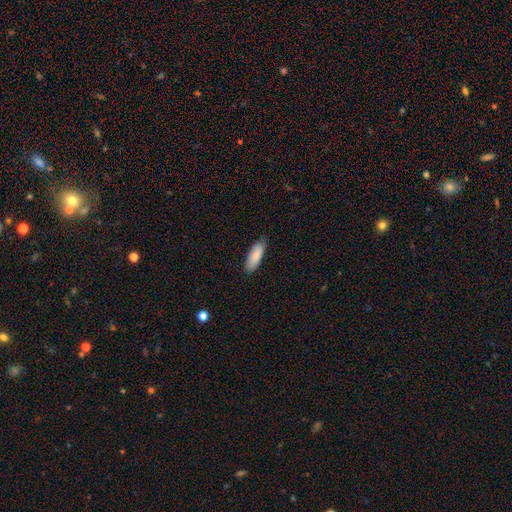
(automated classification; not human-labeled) A smooth galaxy with no disk features (86%) that is in between round and cigar-shaped (71%). Merging: none (80%).